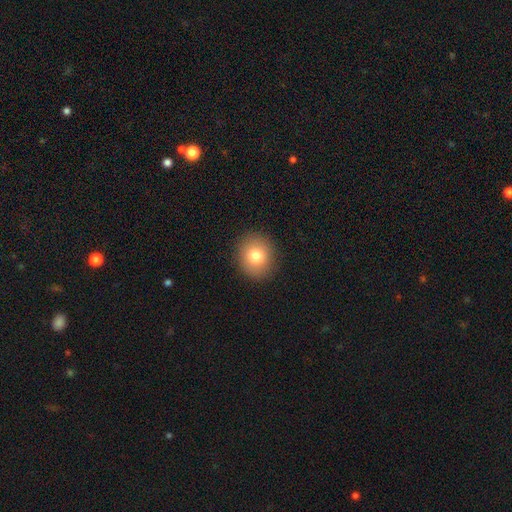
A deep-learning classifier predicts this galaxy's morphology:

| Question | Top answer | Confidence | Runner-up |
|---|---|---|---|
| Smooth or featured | smooth | 79% | featured or disk (11%) |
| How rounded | round | 79% | in between (20%) |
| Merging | none | 90% | minor disturbance (7%) |